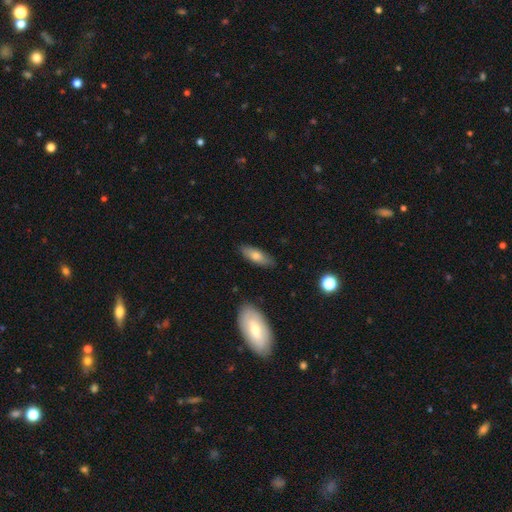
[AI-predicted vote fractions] Smooth or featured? smooth (73%)
How rounded? in between (67%)
Merging? none (83%)